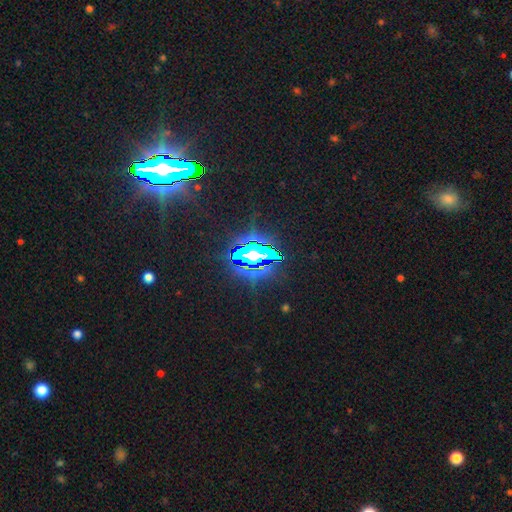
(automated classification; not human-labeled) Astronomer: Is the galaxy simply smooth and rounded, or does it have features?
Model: star or artifact — 80%.